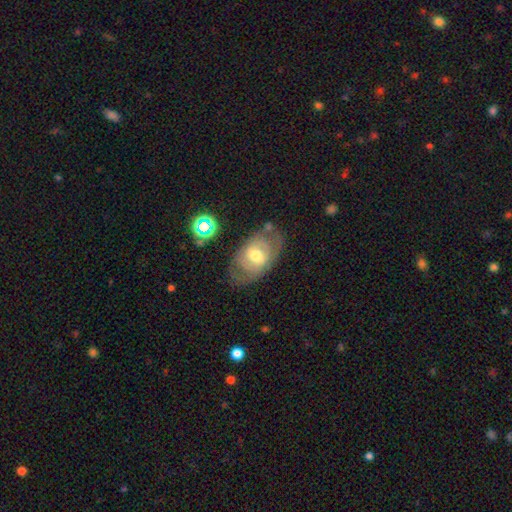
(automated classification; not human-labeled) smooth-or-featured: featured or disk: 55% | smooth: 37% | star or artifact: 8%
  disk-edge-on: no: 91% | yes: 9%
    bar: weak: 44% | no: 38% | strong: 18%
    has-spiral-arms: no: 53% | yes: 47%
    bulge-size: moderate: 67% | small: 20% | large: 11% | none: 1% | dominant: 1%
  merging: none: 66% | minor disturbance: 20% | major disturbance: 10% | merger: 4%